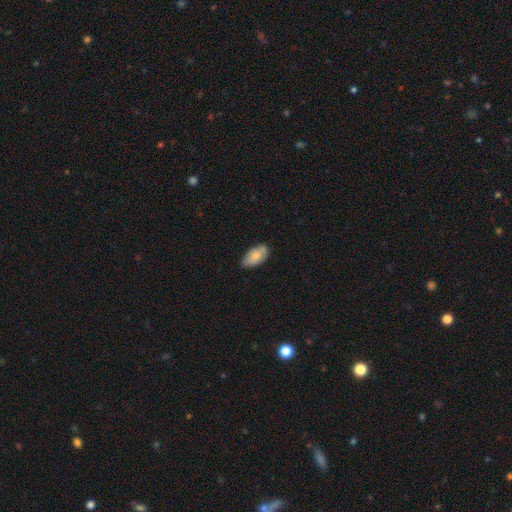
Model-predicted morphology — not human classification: Q: Smooth or featured?
A: smooth (71%); runner-up: featured or disk (22%)
Q: How rounded?
A: in between (94%); runner-up: round (3%)
Q: Merging?
A: none (70%); runner-up: minor disturbance (25%)